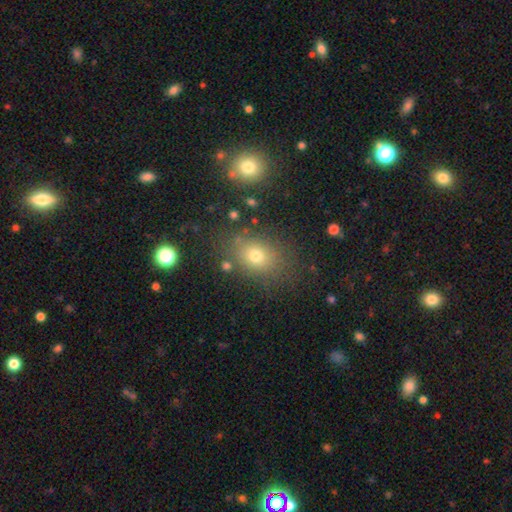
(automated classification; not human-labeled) The model was most divided on "how rounded": in between: 55%, round: 43%, cigar-shaped: 1%. More confident: merging — none (78%); smooth or featured — smooth (70%).